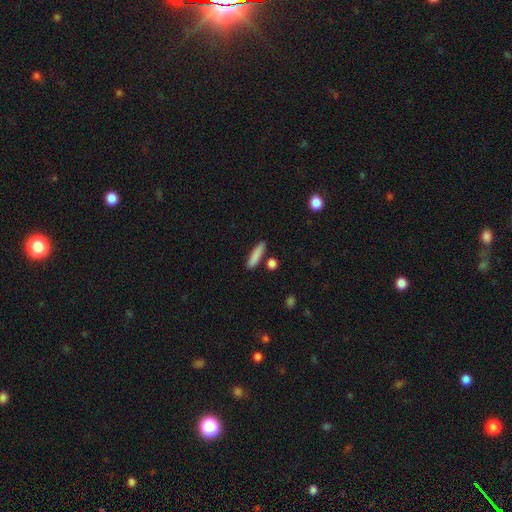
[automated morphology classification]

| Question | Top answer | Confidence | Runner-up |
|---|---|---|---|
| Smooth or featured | smooth | 85% | featured or disk (8%) |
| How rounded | cigar-shaped | 78% | in between (20%) |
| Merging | none | 81% | minor disturbance (10%) |